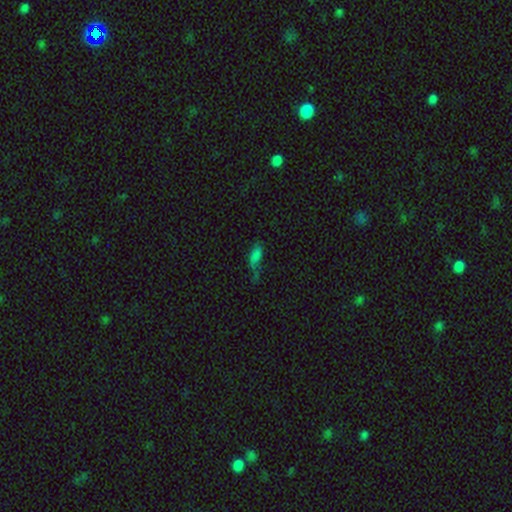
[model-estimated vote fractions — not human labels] Smooth or featured?
  - smooth: 70% *
  - star or artifact: 17%
  - featured or disk: 13%
How rounded?
  - in between: 75% *
  - cigar-shaped: 21%
  - round: 4%
Merging?
  - none: 32% *
  - major disturbance: 31%
  - minor disturbance: 28%
  - merger: 9%